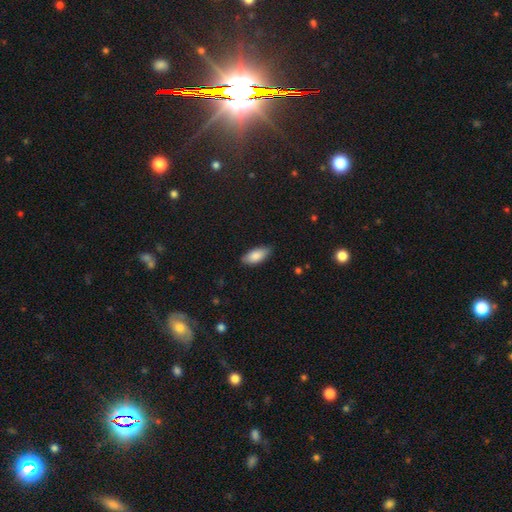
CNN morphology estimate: A smooth galaxy with no disk features (85%) that is in between round and cigar-shaped (86%).

Vote fractions:
- Smooth or featured? smooth: 85% / featured or disk: 9% / star or artifact: 6%
- How rounded? in between: 86% / cigar-shaped: 12% / round: 2%
- Merging? none: 82% / minor disturbance: 15% / major disturbance: 2% / merger: 1%